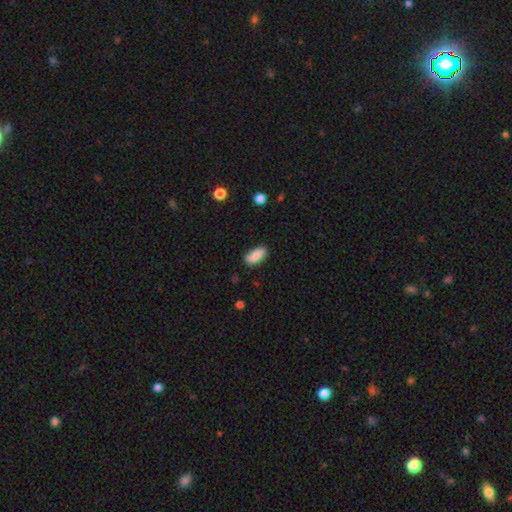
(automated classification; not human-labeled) Morphology: type=smooth (80%); roundness=in between (90%); merging=none (81%).